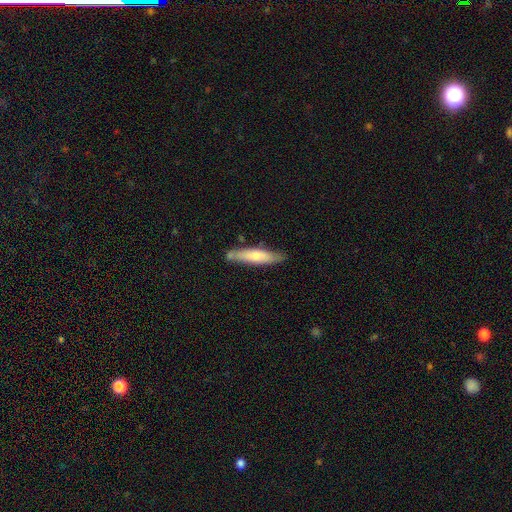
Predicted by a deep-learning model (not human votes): Smooth or featured? smooth (67%)
How rounded? cigar-shaped (80%)
Merging? none (74%)